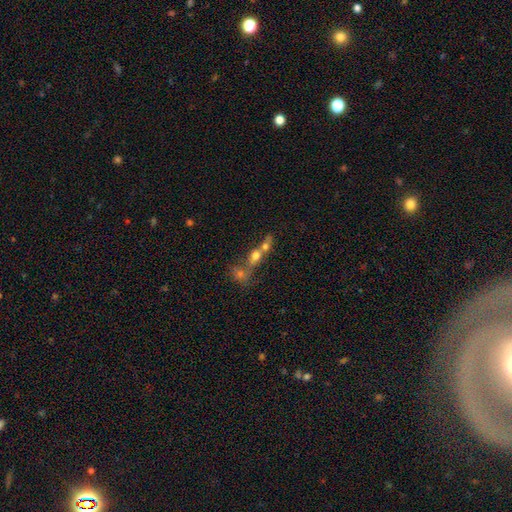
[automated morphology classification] This is possibly a smooth galaxy (58%). How rounded: marginally in between (45%). Merging: likely merger (67%).